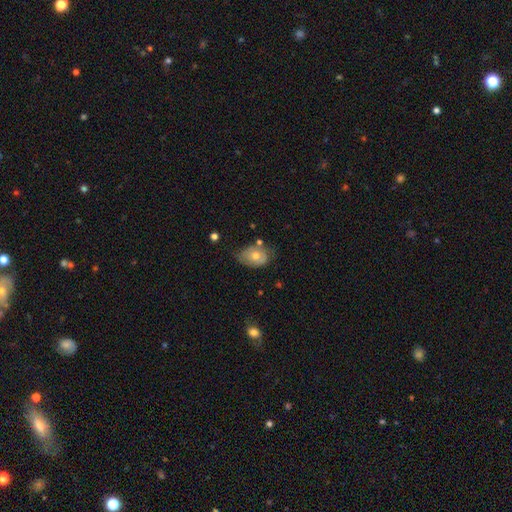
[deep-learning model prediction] Q: Smooth or featured?
A: smooth (58%); runner-up: featured or disk (33%)
Q: How rounded?
A: in between (73%); runner-up: round (26%)
Q: Merging?
A: none (56%); runner-up: minor disturbance (31%)